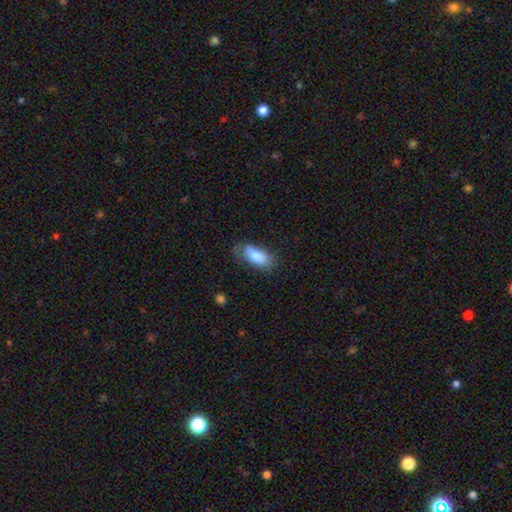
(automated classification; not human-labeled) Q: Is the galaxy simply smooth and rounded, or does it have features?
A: smooth — 80%.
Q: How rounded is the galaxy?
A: in between — 82%.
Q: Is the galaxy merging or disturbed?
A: none — 58%.